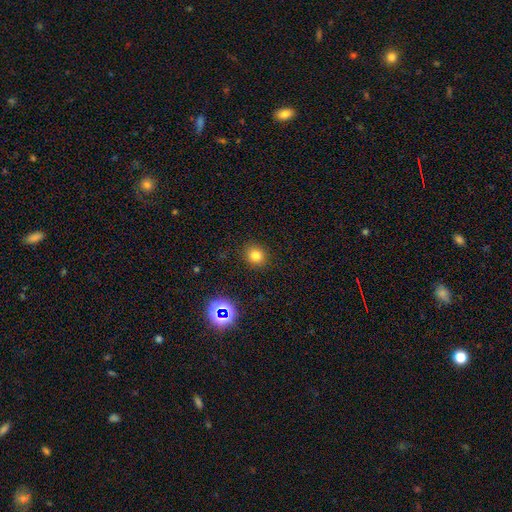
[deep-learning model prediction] Smooth or featured?
  - smooth: 77% *
  - star or artifact: 17%
  - featured or disk: 6%
How rounded?
  - round: 81% *
  - in between: 18%
  - cigar-shaped: 1%
Merging?
  - none: 89% *
  - minor disturbance: 7%
  - major disturbance: 3%
  - merger: 1%